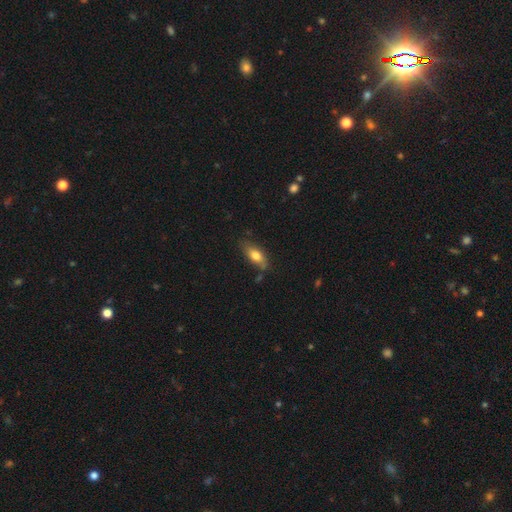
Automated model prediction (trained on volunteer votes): Smooth or featured? smooth (75%)
How rounded? in between (78%)
Merging? none (70%)